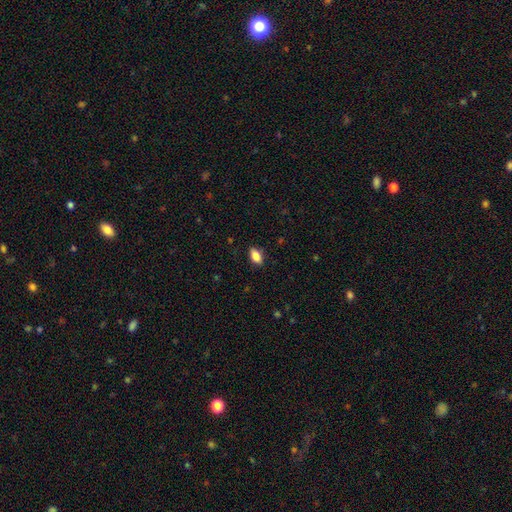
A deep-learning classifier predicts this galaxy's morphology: A smooth galaxy with no disk features (84%) that is in between round and cigar-shaped (89%). Merging: none (86%).